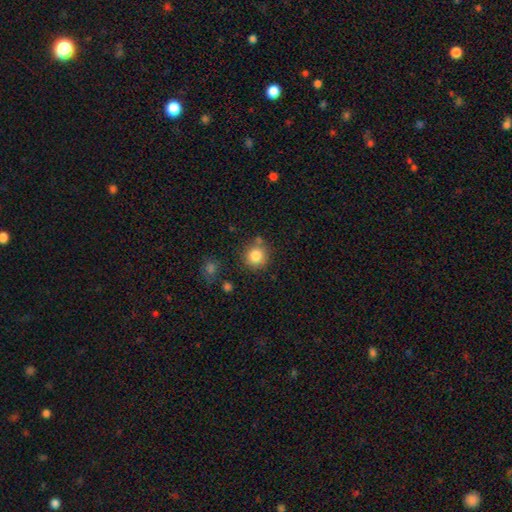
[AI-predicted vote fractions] Smooth or featured? smooth (84%)
How rounded? round (91%)
Merging? none (76%)